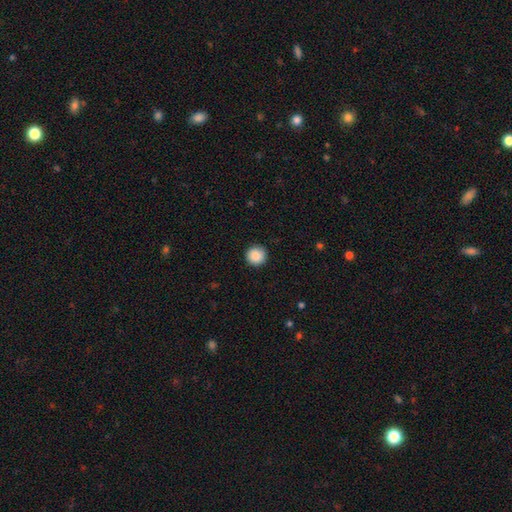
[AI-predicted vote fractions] This is clearly a smooth galaxy (88%). How rounded: clearly round (95%). Merging: clearly none (92%).